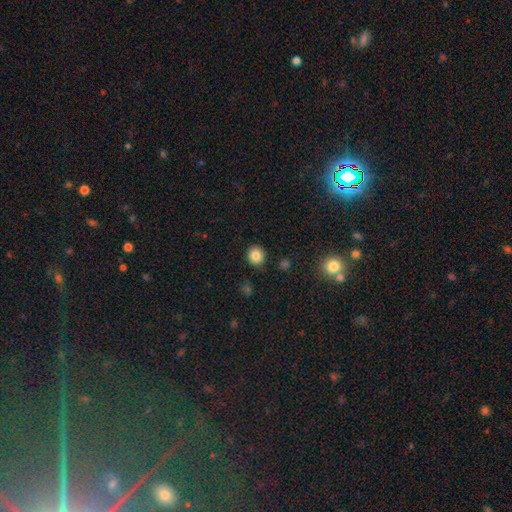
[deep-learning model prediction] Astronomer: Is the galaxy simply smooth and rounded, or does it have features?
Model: smooth — 83%.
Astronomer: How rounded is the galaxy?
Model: round — 84%.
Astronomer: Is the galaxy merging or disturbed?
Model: none — 89%.